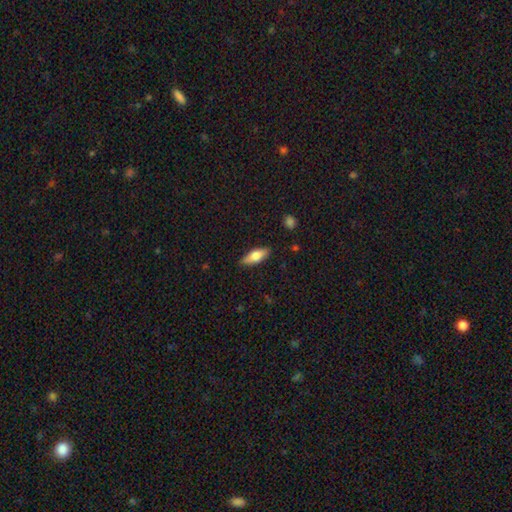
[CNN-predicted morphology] smooth-or-featured: smooth: 68% | featured or disk: 26% | star or artifact: 6%
  how-rounded: in between: 67% | cigar-shaped: 30% | round: 3%
  merging: none: 87% | minor disturbance: 10% | major disturbance: 2% | merger: 1%